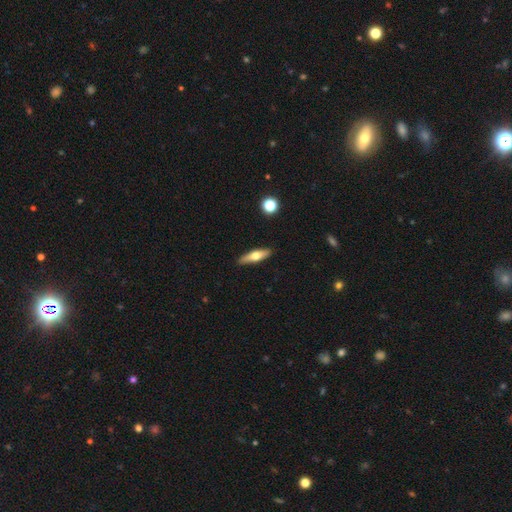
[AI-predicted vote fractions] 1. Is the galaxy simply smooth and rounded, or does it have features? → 56% smooth, 37% featured or disk, 6% star or artifact.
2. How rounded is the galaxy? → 61% cigar-shaped, 36% in between, 3% round.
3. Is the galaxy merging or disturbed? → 89% none, 8% minor disturbance, 2% major disturbance, 1% merger.